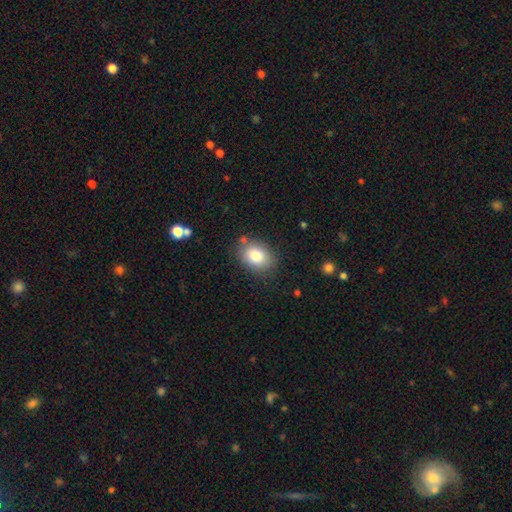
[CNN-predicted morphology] A smooth galaxy with no disk features (82%) that is in between round and cigar-shaped (69%).

Vote fractions:
- Smooth or featured? smooth: 82% / featured or disk: 9% / star or artifact: 8%
- How rounded? in between: 69% / round: 30% / cigar-shaped: 1%
- Merging? none: 80% / minor disturbance: 13% / major disturbance: 3% / merger: 3%